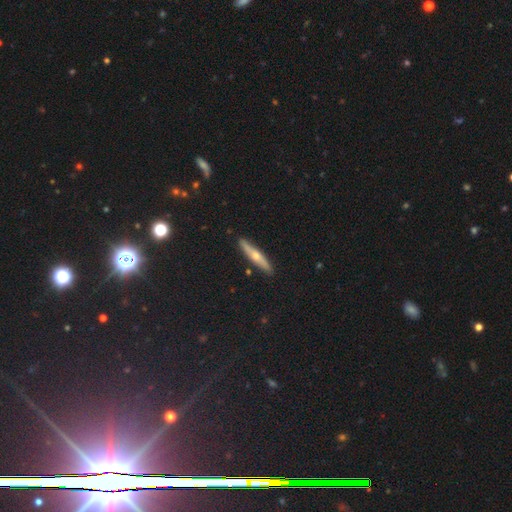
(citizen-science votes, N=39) Overall: featured or disk (67%; smooth 31%). Edge-on disk: yes (88%). Edge-on bulge: rounded (96%). Merging: none (95%).